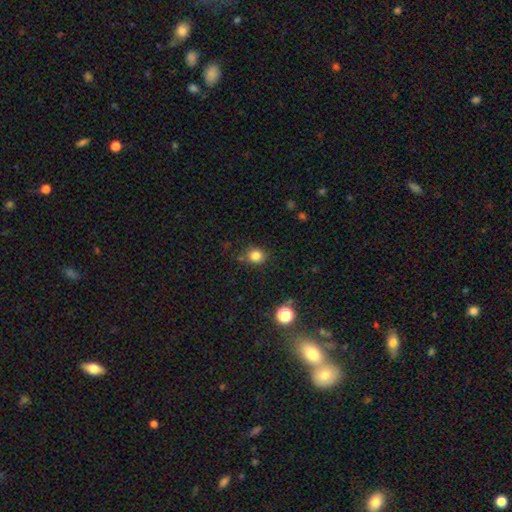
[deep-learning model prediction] A smooth galaxy with no disk features (82%) that is round (78%). Merging: none (79%).